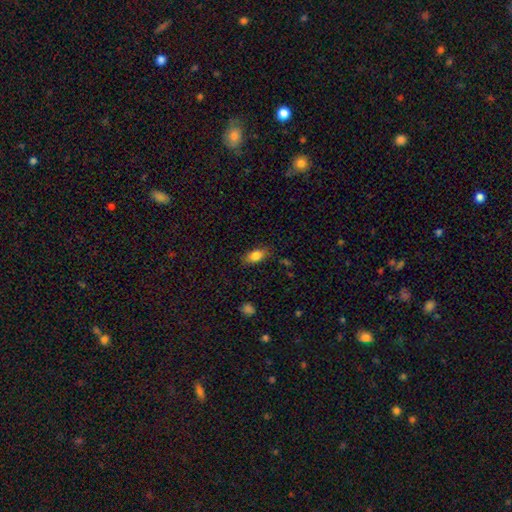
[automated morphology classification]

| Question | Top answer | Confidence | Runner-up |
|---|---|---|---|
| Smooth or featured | smooth | 83% | featured or disk (9%) |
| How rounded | in between | 86% | round (7%) |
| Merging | none | 82% | minor disturbance (13%) |